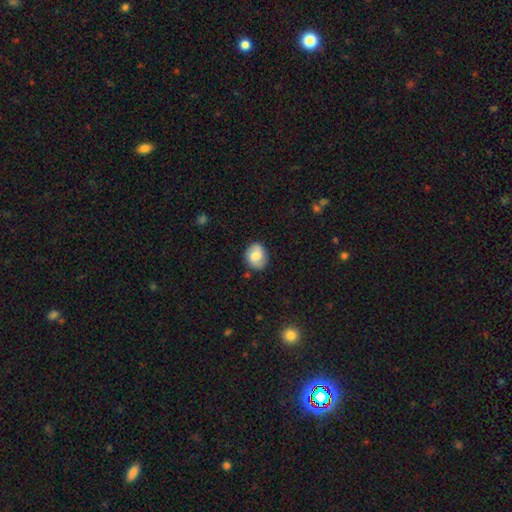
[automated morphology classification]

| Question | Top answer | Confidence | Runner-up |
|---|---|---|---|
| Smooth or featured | smooth | 59% | featured or disk (33%) |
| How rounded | round | 61% | in between (38%) |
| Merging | none | 78% | minor disturbance (16%) |